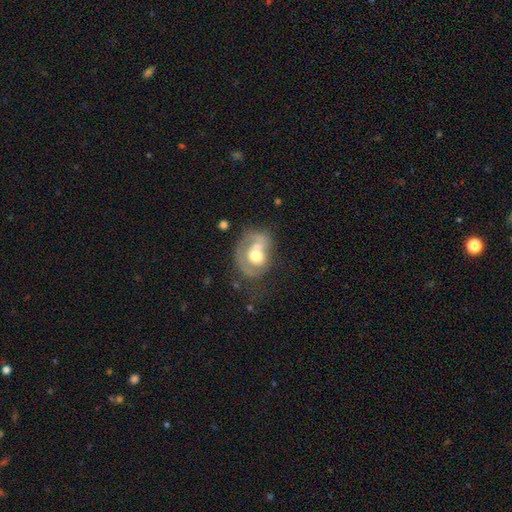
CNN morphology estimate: The model was most divided on "spiral arms": no: 52%, yes: 48%. Remaining: edge-on disk — no (97%); bar — no (84%); bulge size — moderate (65%); smooth or featured — featured or disk (56%); merging — none (32%).